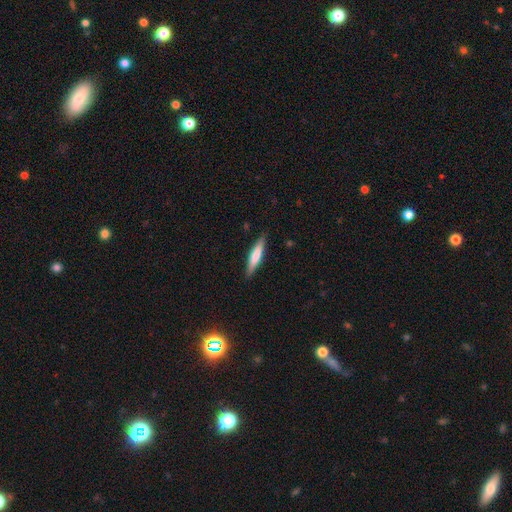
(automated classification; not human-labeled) Morphology: type=smooth (65%); roundness=cigar-shaped (84%); merging=none (88%).